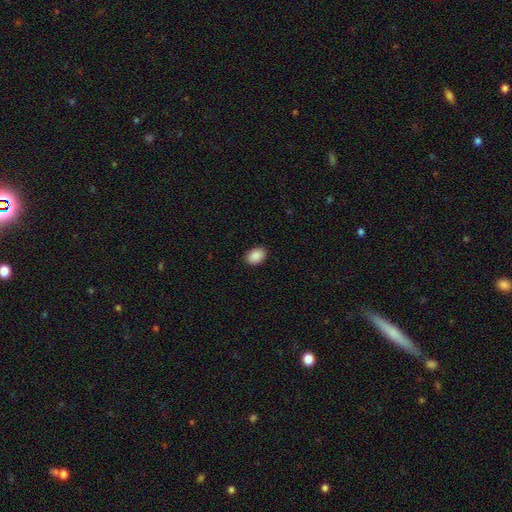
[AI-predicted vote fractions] Smooth or featured?
  - smooth: 90% *
  - star or artifact: 7%
  - featured or disk: 2%
How rounded?
  - in between: 80% *
  - round: 19%
  - cigar-shaped: 1%
Merging?
  - none: 89% *
  - minor disturbance: 8%
  - major disturbance: 2%
  - merger: 1%